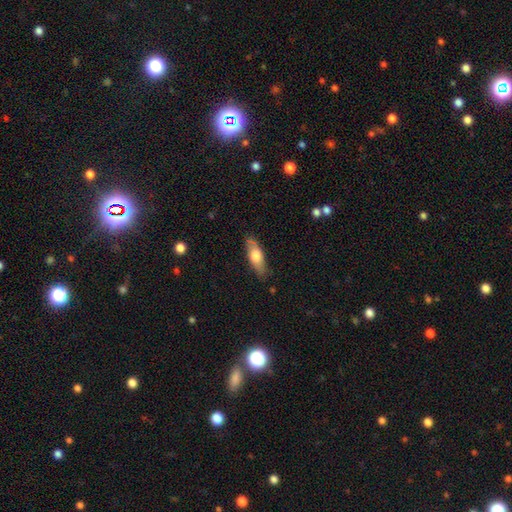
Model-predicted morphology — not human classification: A smooth galaxy with no disk features (65%) that is in between round and cigar-shaped (61%).

Vote fractions:
- Smooth or featured? smooth: 65% / featured or disk: 29% / star or artifact: 6%
- How rounded? in between: 61% / cigar-shaped: 37% / round: 3%
- Merging? none: 81% / minor disturbance: 15% / major disturbance: 3% / merger: 1%